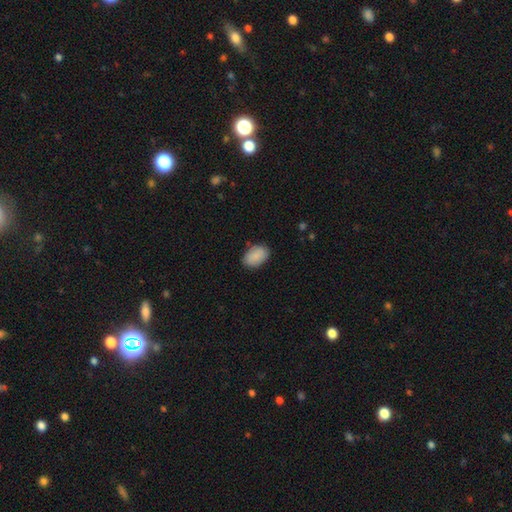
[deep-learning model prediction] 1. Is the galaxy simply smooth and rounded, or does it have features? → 88% smooth, 6% star or artifact, 5% featured or disk.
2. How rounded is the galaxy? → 87% in between, 12% round, 1% cigar-shaped.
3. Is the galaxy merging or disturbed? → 82% none, 13% minor disturbance, 3% major disturbance, 2% merger.